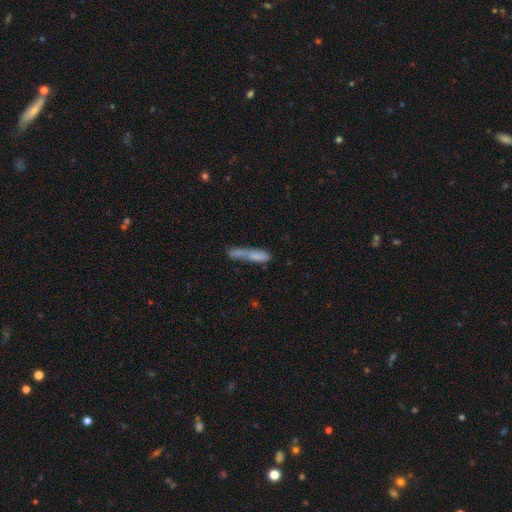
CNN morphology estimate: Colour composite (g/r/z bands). It shows a smooth galaxy with no disk features (72%) that is cigar-shaped (75%). Merging: merger (36%).